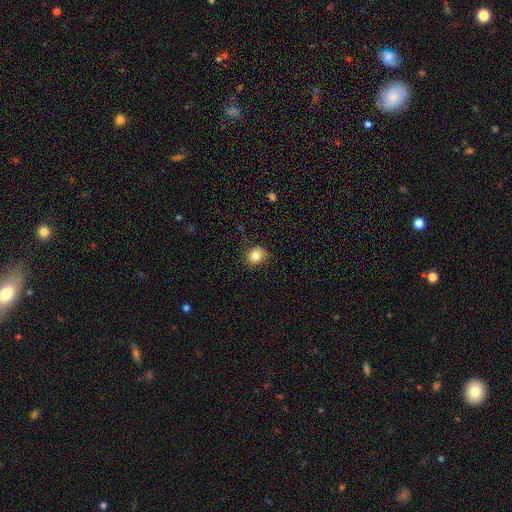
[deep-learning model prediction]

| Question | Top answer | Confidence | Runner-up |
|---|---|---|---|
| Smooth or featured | smooth | 83% | star or artifact (11%) |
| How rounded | round | 81% | in between (18%) |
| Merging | none | 80% | minor disturbance (15%) |